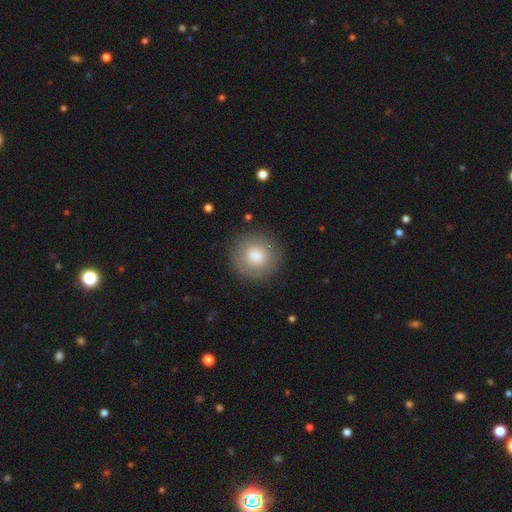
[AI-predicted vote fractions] Smooth or featured? smooth (80%)
How rounded? round (94%)
Merging? none (89%)